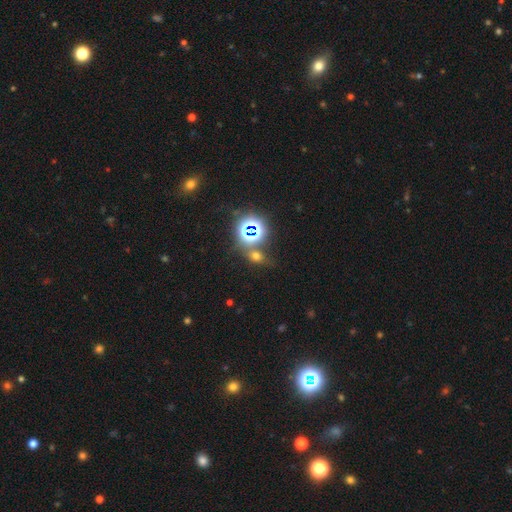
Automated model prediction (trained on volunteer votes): Smooth or featured: smooth — 45% (star or artifact — 44%)
Merging: none — 67% (merger — 15%)